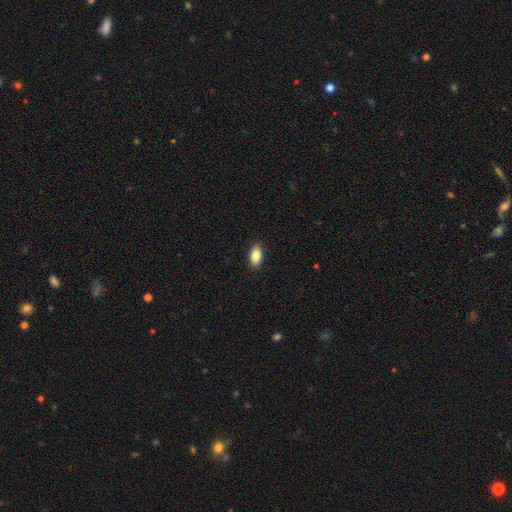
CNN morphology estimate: type=smooth (86%); roundness=in between (90%); merging=none (89%).